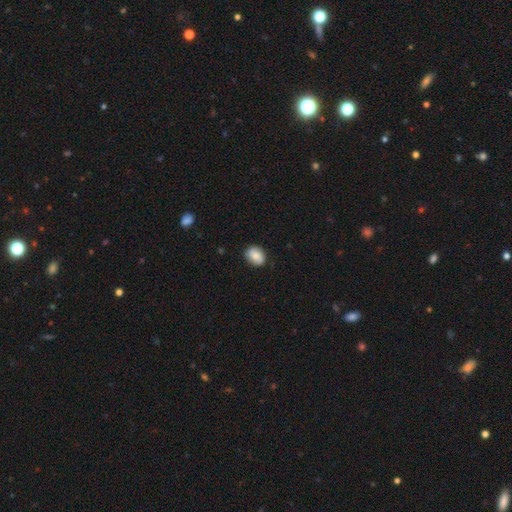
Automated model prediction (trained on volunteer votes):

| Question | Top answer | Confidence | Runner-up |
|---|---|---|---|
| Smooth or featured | smooth | 80% | featured or disk (13%) |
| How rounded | in between | 56% | round (43%) |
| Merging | none | 82% | minor disturbance (15%) |